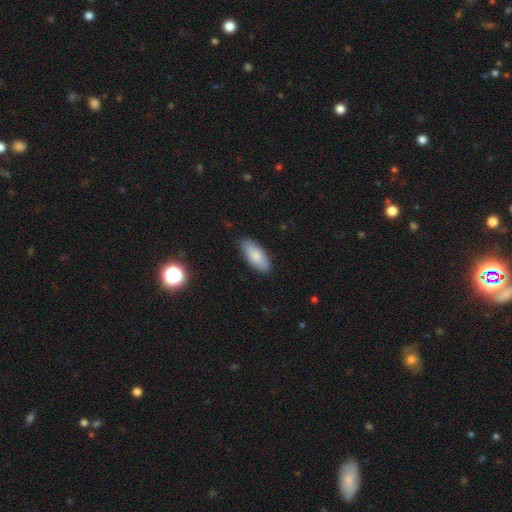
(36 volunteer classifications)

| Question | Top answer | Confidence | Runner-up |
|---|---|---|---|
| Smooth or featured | smooth | 72% | featured or disk (22%) |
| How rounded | in between | 65% | cigar-shaped (35%) |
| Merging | none | 88% | minor disturbance (6%) |